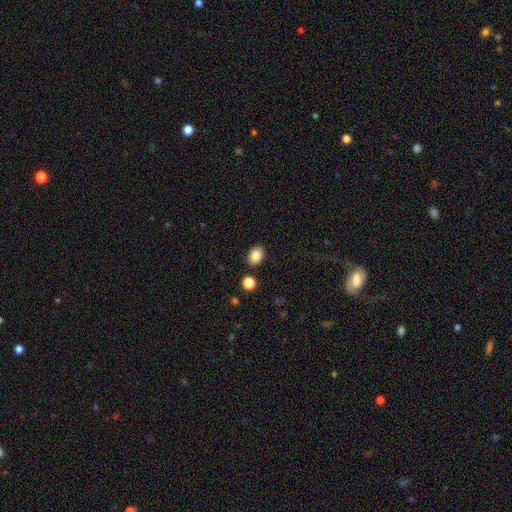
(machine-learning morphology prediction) Q: Smooth or featured?
A: smooth (85%); runner-up: star or artifact (9%)
Q: How rounded?
A: in between (77%); runner-up: round (22%)
Q: Merging?
A: none (86%); runner-up: minor disturbance (8%)